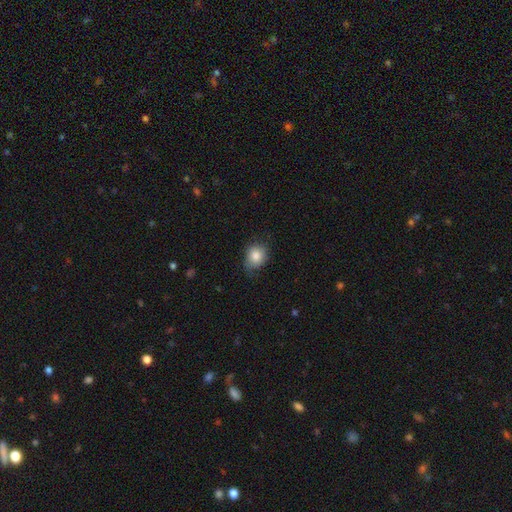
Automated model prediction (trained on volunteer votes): smooth-or-featured: smooth: 83% | star or artifact: 9% | featured or disk: 9%
  how-rounded: round: 58% | in between: 42% | cigar-shaped: 1%
  merging: none: 61% | minor disturbance: 30% | major disturbance: 8% | merger: 1%